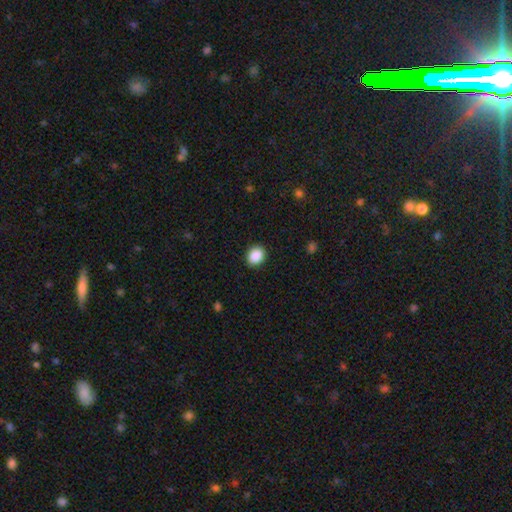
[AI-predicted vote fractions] Morphology: type=smooth (89%); roundness=round (56%); merging=none (90%).